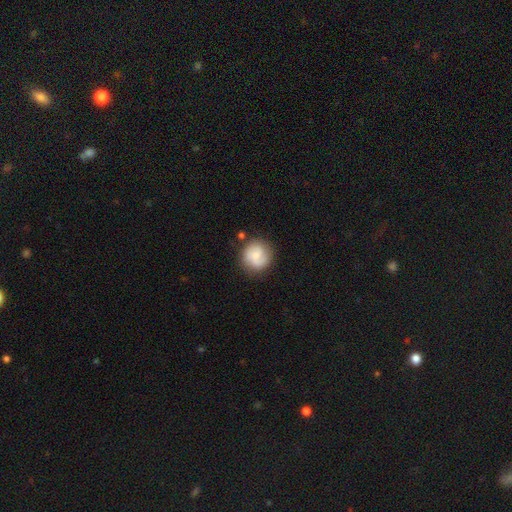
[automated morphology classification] type=smooth (56%); roundness=round (90%); merging=none (77%).